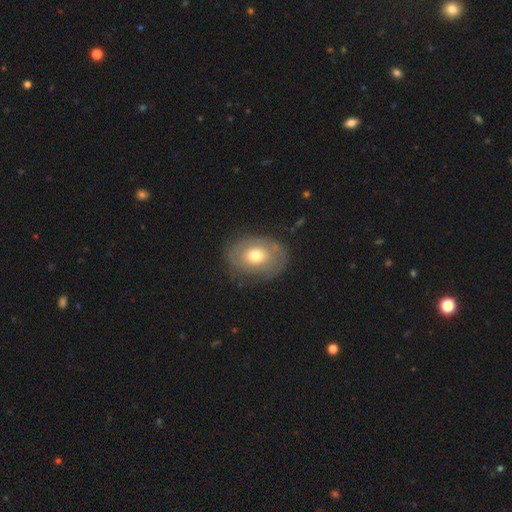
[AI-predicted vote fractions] smooth 55%, featured or disk 38%, star or artifact 7%. Down the decision tree: how rounded — in between (70%); merging — none (76%).